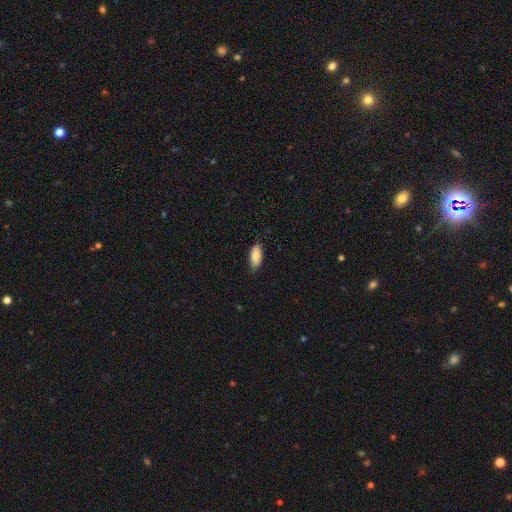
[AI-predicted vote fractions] smooth_or_featured: smooth (p=0.87) [alt: featured or disk p=0.07]
how_rounded: in between (p=0.80) [alt: cigar-shaped p=0.18]
merging: none (p=0.81) [alt: minor disturbance p=0.16]